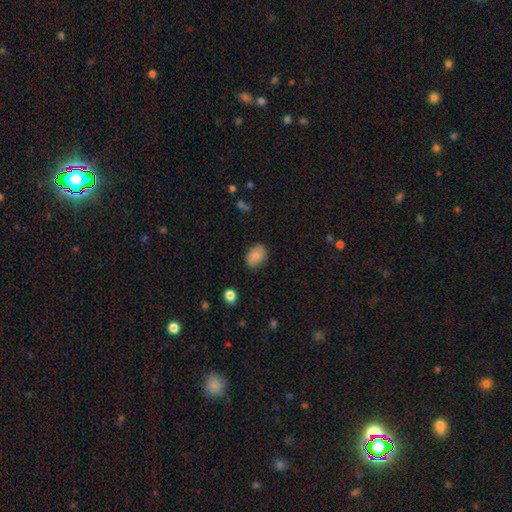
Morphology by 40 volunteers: Smooth or featured?
  - smooth: 92% *
  - featured or disk: 5%
  - star or artifact: 2%
How rounded?
  - in between: 65% *
  - round: 32%
  - cigar-shaped: 3%
Merging?
  - none: 82% *
  - minor disturbance: 15%
  - major disturbance: 3%
  - merger: 0%